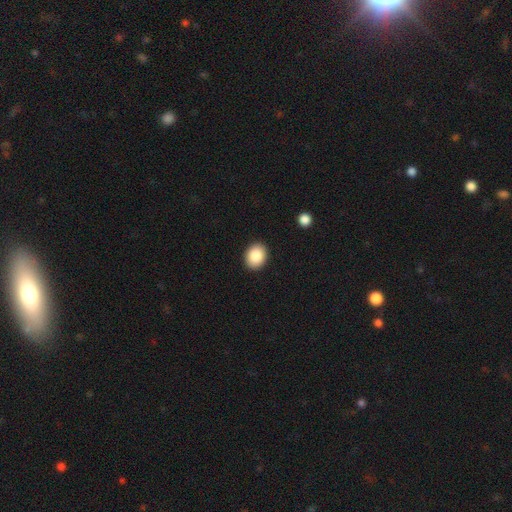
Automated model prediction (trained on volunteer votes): Smooth or featured: smooth — 87% (star or artifact — 8%)
How rounded: in between — 58% (round — 42%)
Merging: none — 91% (minor disturbance — 6%)